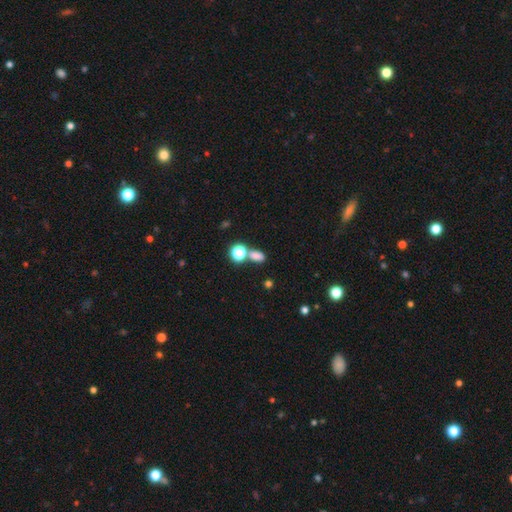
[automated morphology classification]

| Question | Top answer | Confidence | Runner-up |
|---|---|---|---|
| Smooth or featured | smooth | 73% | star or artifact (20%) |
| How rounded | in between | 73% | round (24%) |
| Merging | none | 55% | merger (29%) |